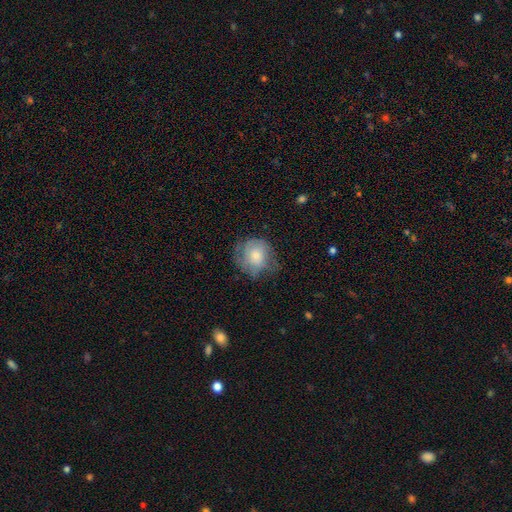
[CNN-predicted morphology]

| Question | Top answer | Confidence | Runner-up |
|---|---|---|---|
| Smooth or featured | smooth | 62% | featured or disk (31%) |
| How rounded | round | 79% | in between (20%) |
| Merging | none | 54% | minor disturbance (30%) |